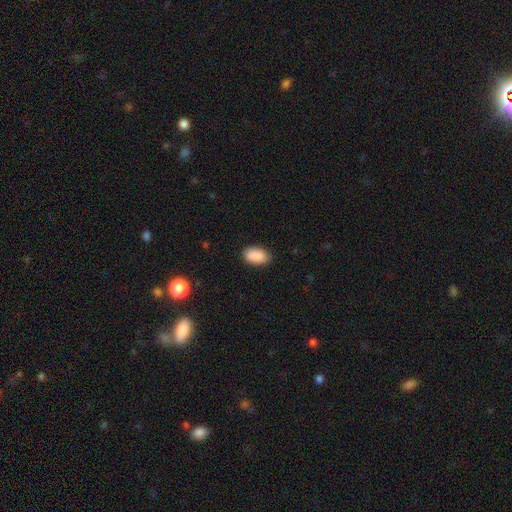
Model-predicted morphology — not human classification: smooth_or_featured: smooth (p=0.90) [alt: star or artifact p=0.07]
how_rounded: in between (p=0.93) [alt: round p=0.06]
merging: none (p=0.83) [alt: minor disturbance p=0.14]